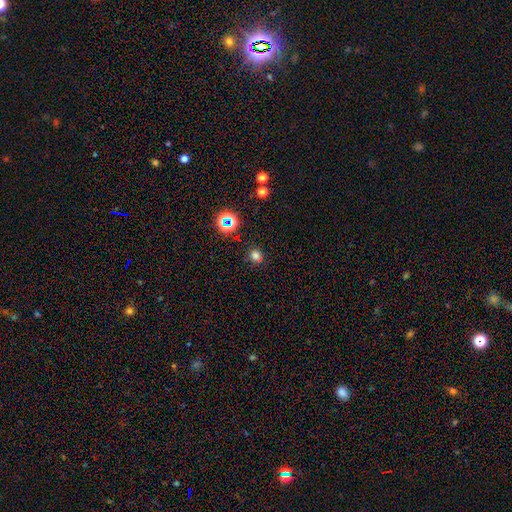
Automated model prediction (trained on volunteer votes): This is likely a smooth galaxy (70%). How rounded: clearly round (90%). Merging: likely none (79%).